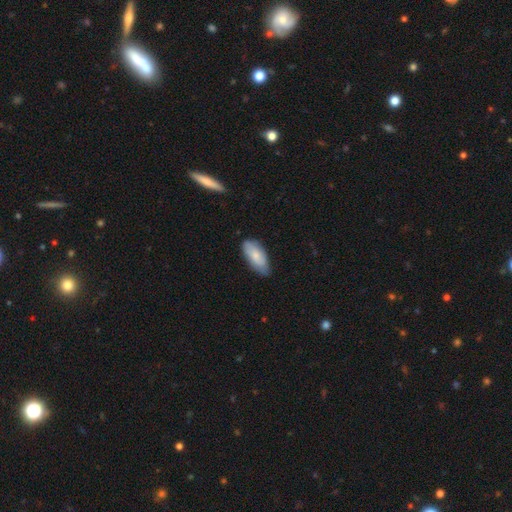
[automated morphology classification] A smooth galaxy with no disk features (78%) that is in between round and cigar-shaped (88%). Merging: none (68%).